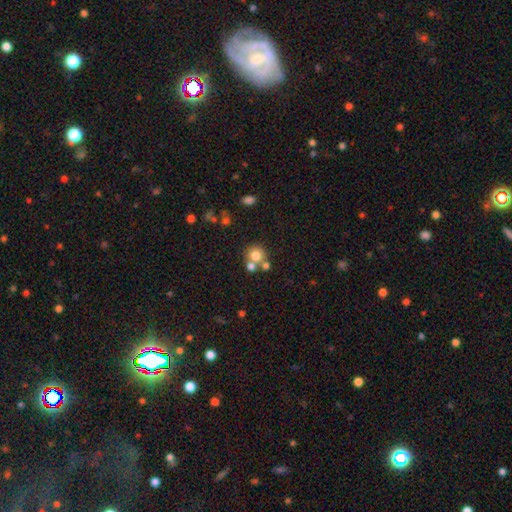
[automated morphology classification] type=smooth (74%); roundness=round (88%); merging=none (55%).